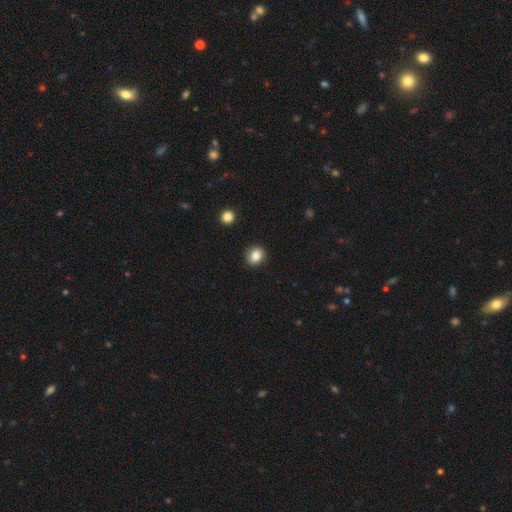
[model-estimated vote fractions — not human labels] A smooth galaxy with no disk features (83%) that is round (70%). Merging: none (89%).